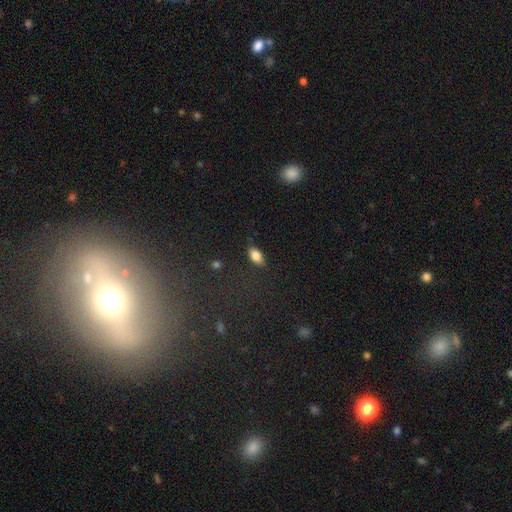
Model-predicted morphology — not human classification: Smooth or featured: smooth — 82% (featured or disk — 10%)
How rounded: in between — 89% (cigar-shaped — 7%)
Merging: none — 83% (minor disturbance — 13%)